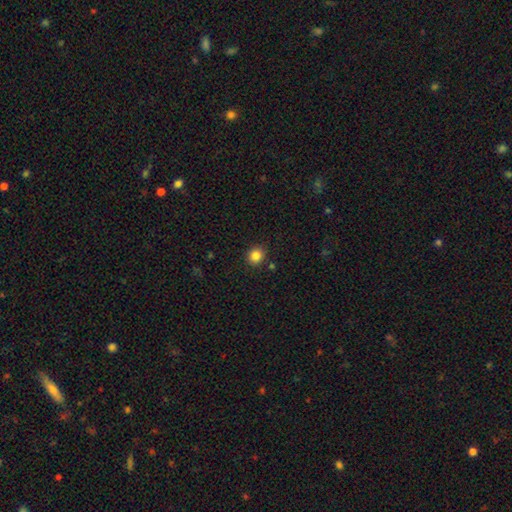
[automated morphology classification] This appears to be a smooth galaxy with no disk features (84%) that is round (83%). Merging: none (89%).